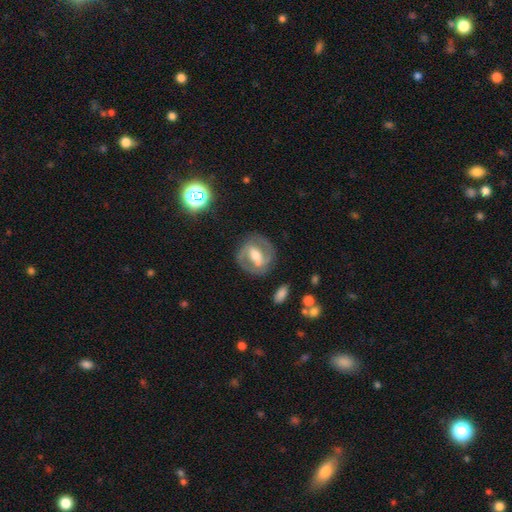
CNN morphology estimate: Smooth or featured?
  - featured or disk: 74% *
  - smooth: 21%
  - star or artifact: 6%
Edge-on disk?
  - no: 95% *
  - yes: 5%
Bar?
  - strong: 48% *
  - weak: 36%
  - no: 16%
Spiral arms?
  - yes: 74% *
  - no: 26%
Spiral winding?
  - medium: 46% *
  - tight: 40%
  - loose: 14%
Spiral arm count?
  - 2: 85% *
  - can't tell: 9%
  - 1: 3%
  - 3: 1%
  - 4: 1%
  - more than 4: 1%
Bulge size?
  - moderate: 64% *
  - small: 18%
  - large: 14%
  - none: 2%
  - dominant: 1%
Merging?
  - none: 81% *
  - minor disturbance: 12%
  - major disturbance: 5%
  - merger: 2%